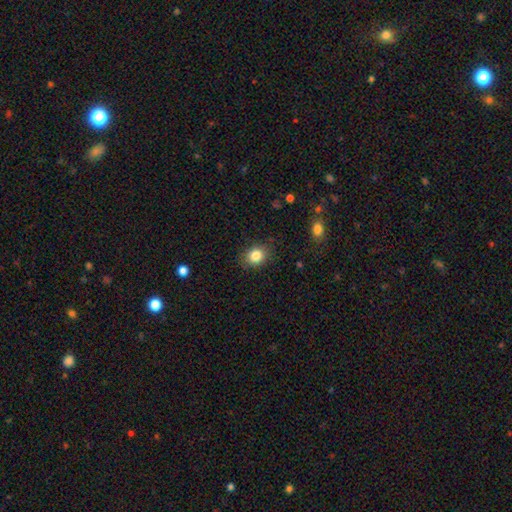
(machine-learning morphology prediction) type=smooth (84%); roundness=in between (50%); merging=none (85%).